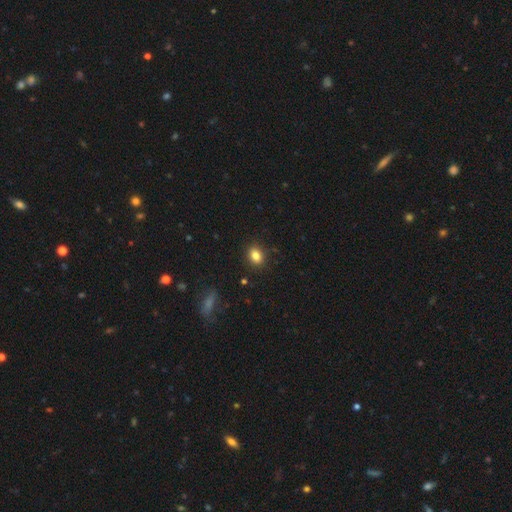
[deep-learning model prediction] A smooth galaxy with no disk features (84%) that is in between round and cigar-shaped (63%). Merging: none (88%).